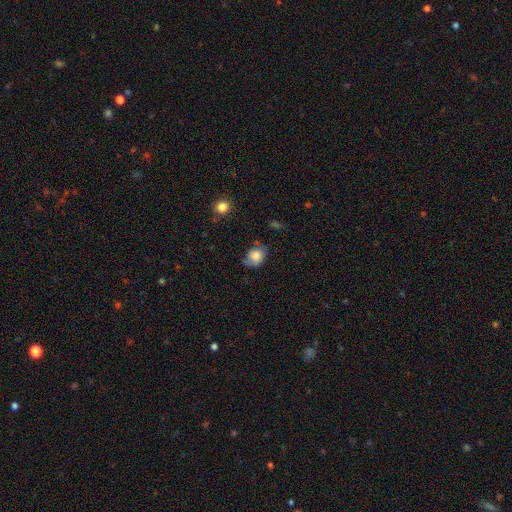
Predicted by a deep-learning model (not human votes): smooth 73%, featured or disk 19%, star or artifact 9%. Down the decision tree: how rounded — in between (51%); merging — none (48%).